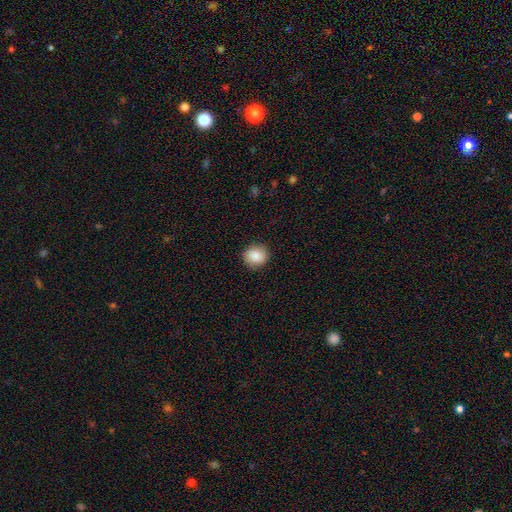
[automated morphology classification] Smooth or featured: smooth — 86% (star or artifact — 8%)
How rounded: round — 85% (in between — 14%)
Merging: none — 89% (minor disturbance — 8%)